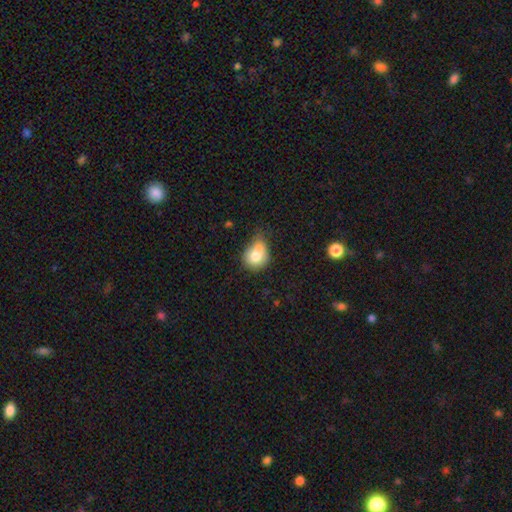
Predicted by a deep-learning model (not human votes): The model was most divided on "merging" (2-way tie): minor disturbance: 36%, none: 36%, merger: 16%, major disturbance: 13%. More confident: smooth or featured — smooth (75%); how rounded — round (62%).